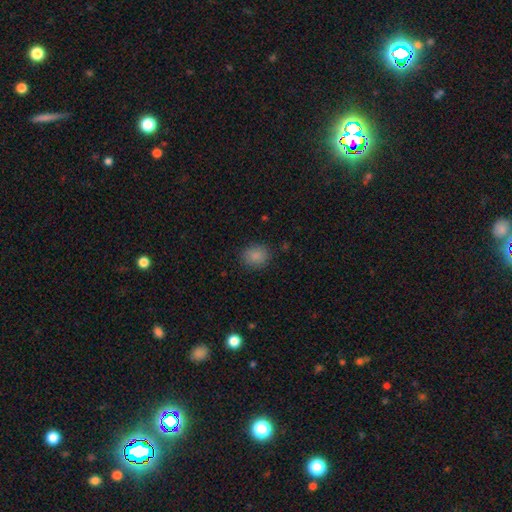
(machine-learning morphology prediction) This appears to be a smooth galaxy with no disk features (86%) that is round (67%). Merging: none (86%).